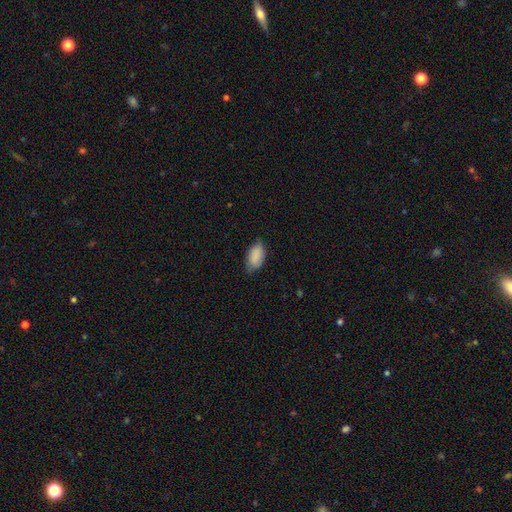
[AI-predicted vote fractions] The model was most divided on "merging": none: 65%, minor disturbance: 29%, major disturbance: 5%, merger: 1%. More confident: how rounded — in between (93%); smooth or featured — smooth (86%).